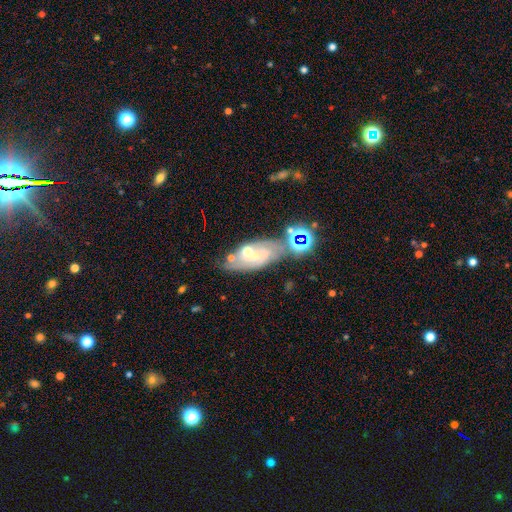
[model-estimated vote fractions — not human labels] Smooth or featured? Predicted: featured or disk (p=0.60). Edge-on disk? Predicted: no (p=0.91). Bar? Predicted: no (p=0.68). Spiral arms? Predicted: yes (p=0.78). Bulge size? Predicted: small (p=0.51). Merging? Predicted: none (p=0.56).